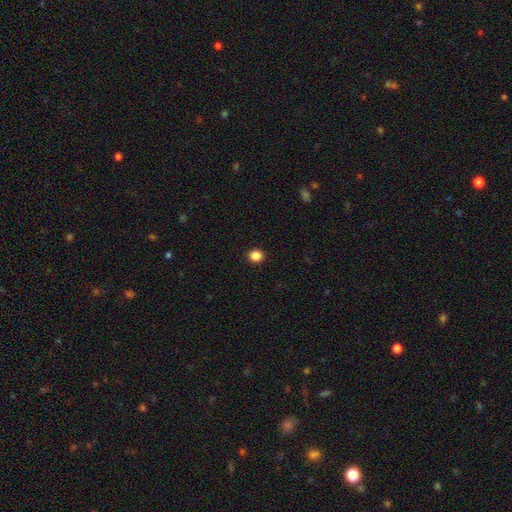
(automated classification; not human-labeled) This is clearly a smooth galaxy (86%). How rounded: clearly round (84%). Merging: clearly none (93%).